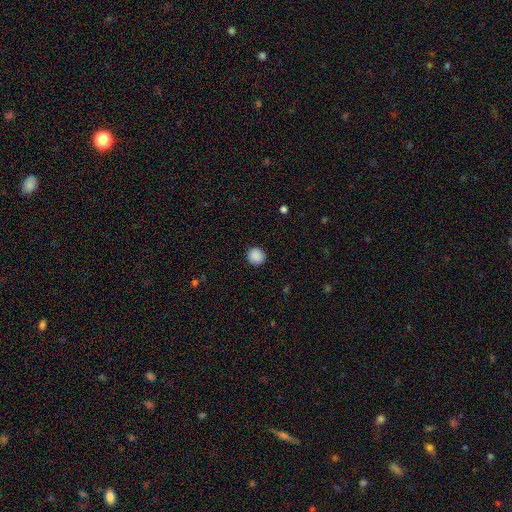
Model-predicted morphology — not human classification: Smooth or featured: smooth — 89% (star or artifact — 8%)
How rounded: round — 90% (in between — 9%)
Merging: none — 90% (minor disturbance — 7%)